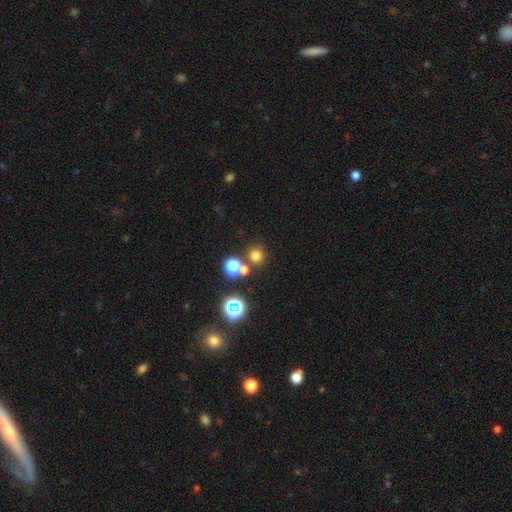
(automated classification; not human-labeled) This appears to be a smooth galaxy with no disk features (70%) that is round (89%). Merging: none (74%).